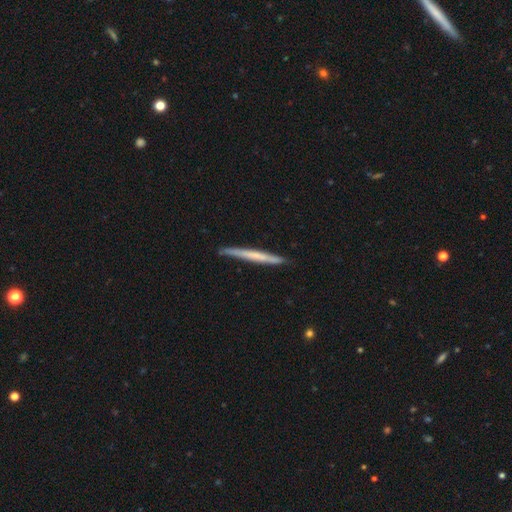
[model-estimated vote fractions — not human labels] Q: Smooth or featured?
A: featured or disk (48%); runner-up: smooth (47%)
Q: Merging?
A: none (85%); runner-up: minor disturbance (12%)